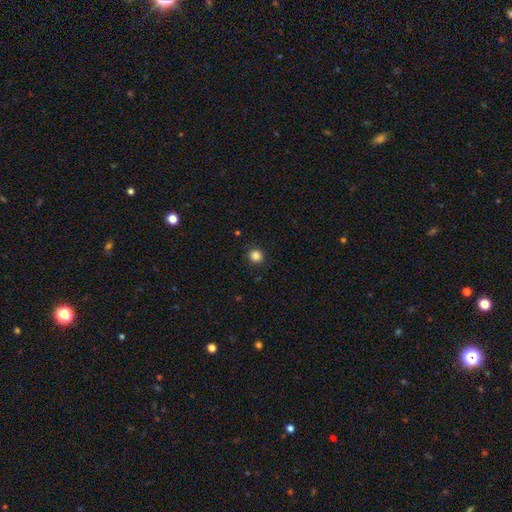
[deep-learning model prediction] A smooth galaxy with no disk features (85%) that is round (91%).

Vote fractions:
- Smooth or featured? smooth: 85% / star or artifact: 11% / featured or disk: 3%
- How rounded? round: 91% / in between: 8% / cigar-shaped: 1%
- Merging? none: 88% / minor disturbance: 8% / major disturbance: 2% / merger: 1%